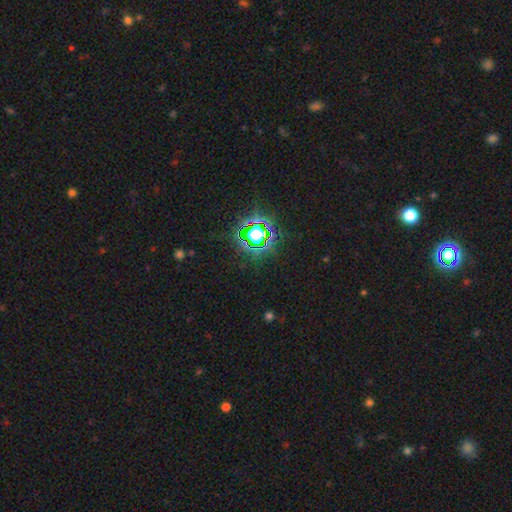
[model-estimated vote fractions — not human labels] The model was most divided on "smooth or featured": star or artifact: 81%, smooth: 12%, featured or disk: 7%.